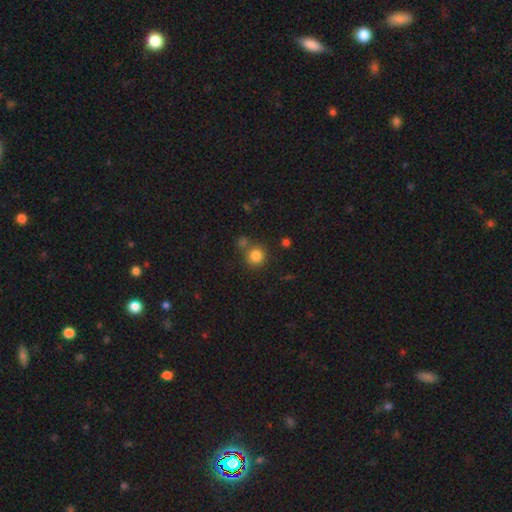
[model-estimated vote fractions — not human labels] smooth 83%, star or artifact 12%, featured or disk 5%. Down the decision tree: how rounded — round (92%); merging — none (72%).